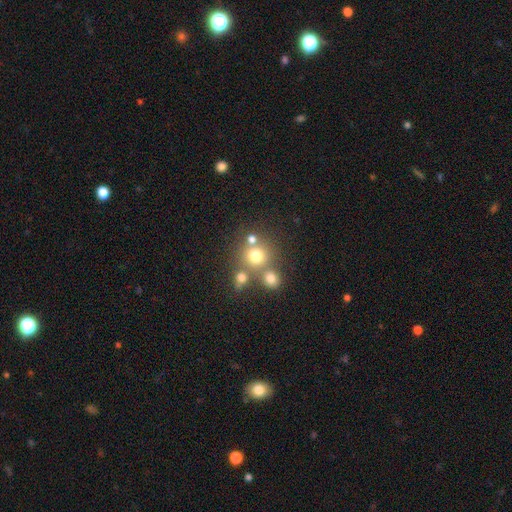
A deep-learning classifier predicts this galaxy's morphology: smooth_or_featured: smooth (p=0.71) [alt: star or artifact p=0.17]
how_rounded: round (p=0.87) [alt: in between p=0.12]
merging: none (p=0.58) [alt: merger p=0.29]